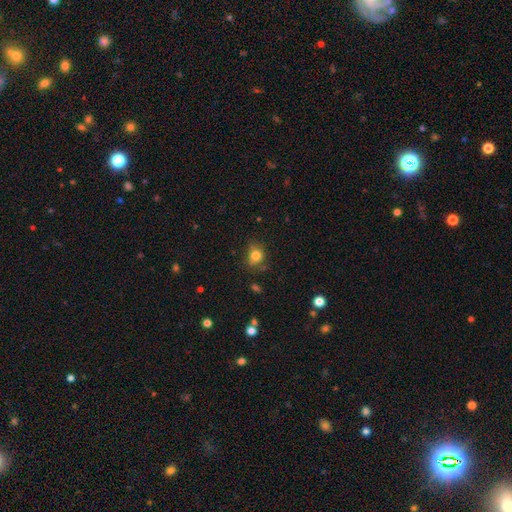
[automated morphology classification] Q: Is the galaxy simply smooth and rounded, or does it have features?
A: smooth — 78%.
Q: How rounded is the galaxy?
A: round — 63%.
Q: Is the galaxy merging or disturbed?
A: none — 64%.